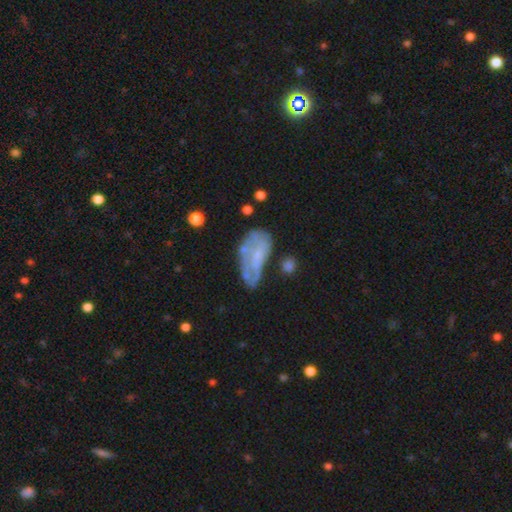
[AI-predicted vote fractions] A featured or disk galaxy (54%). Merging: none (36%).